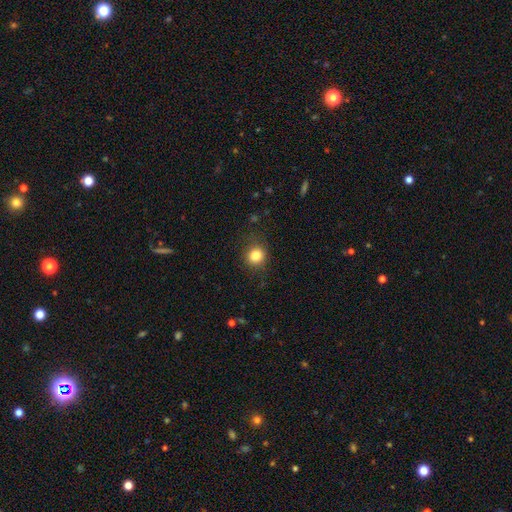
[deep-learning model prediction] This appears to be a smooth galaxy with no disk features (83%) that is round (86%). Merging: none (84%).